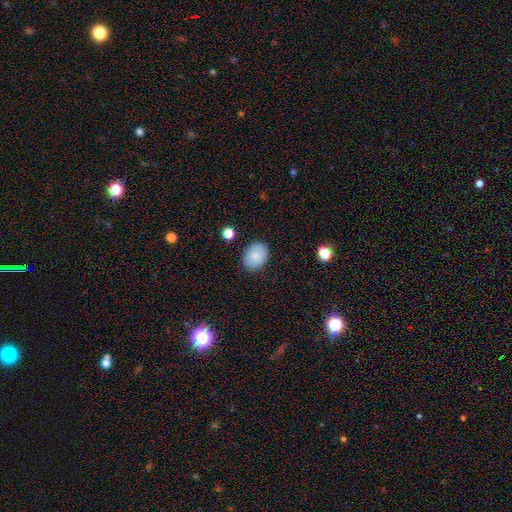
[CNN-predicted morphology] Smooth or featured: smooth — 83% (featured or disk — 10%)
How rounded: in between — 72% (round — 27%)
Merging: none — 85% (minor disturbance — 11%)